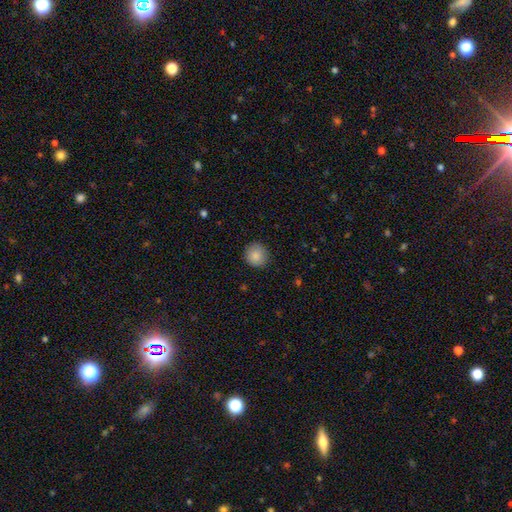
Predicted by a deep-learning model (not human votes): smooth 87%, star or artifact 9%, featured or disk 4%. Down the decision tree: how rounded — round (93%); merging — none (90%).